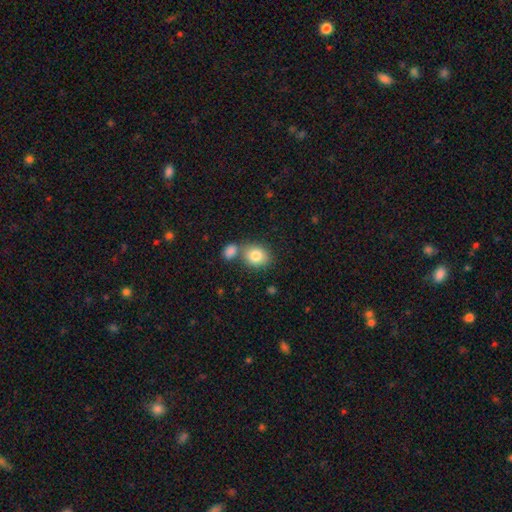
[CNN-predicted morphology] smooth_or_featured: smooth (p=0.82) [alt: featured or disk p=0.09]
how_rounded: round (p=0.51) [alt: in between p=0.48]
merging: none (p=0.57) [alt: merger p=0.30]